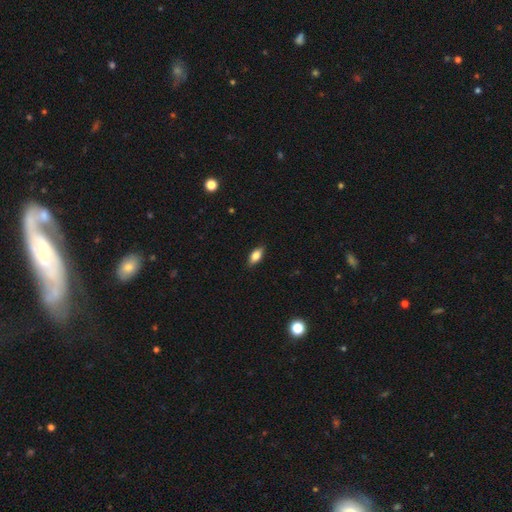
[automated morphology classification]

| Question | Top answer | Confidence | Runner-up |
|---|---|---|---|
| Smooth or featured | smooth | 79% | featured or disk (14%) |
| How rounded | in between | 87% | cigar-shaped (9%) |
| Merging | none | 87% | minor disturbance (10%) |